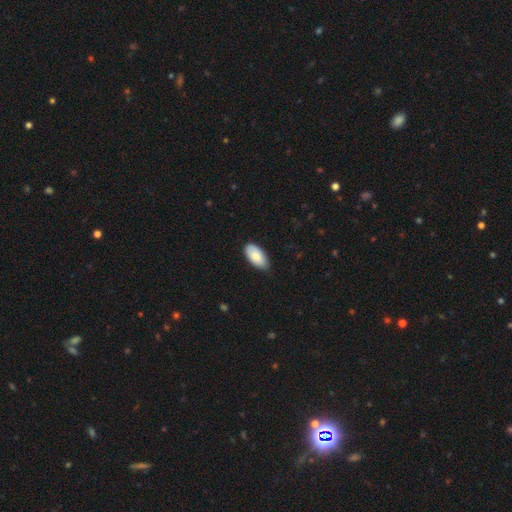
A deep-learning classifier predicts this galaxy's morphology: This is clearly a smooth galaxy (85%). How rounded: clearly in between (95%). Merging: likely none (80%).